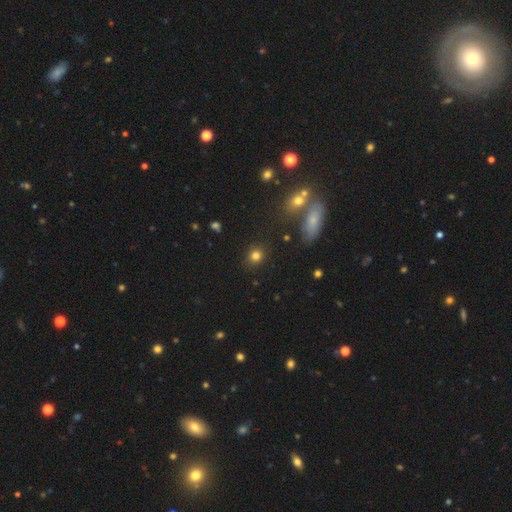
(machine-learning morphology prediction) smooth_or_featured: smooth (p=0.81) [alt: star or artifact p=0.13]
how_rounded: round (p=0.82) [alt: in between p=0.17]
merging: none (p=0.87) [alt: minor disturbance p=0.08]